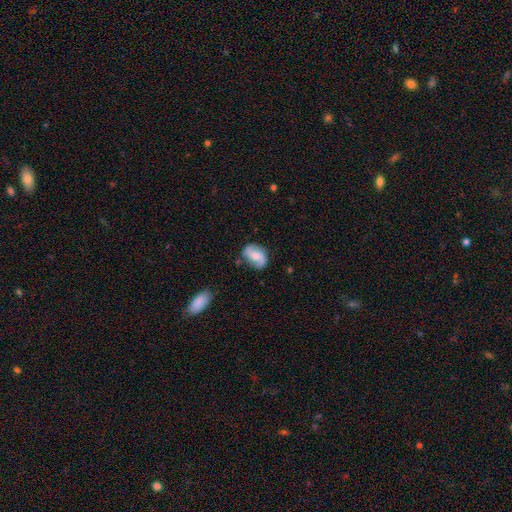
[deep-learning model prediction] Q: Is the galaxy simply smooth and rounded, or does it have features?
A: featured or disk — 67%.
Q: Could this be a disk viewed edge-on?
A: no — 97%.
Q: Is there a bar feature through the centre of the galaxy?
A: no — 45%.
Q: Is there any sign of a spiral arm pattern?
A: yes — 93%.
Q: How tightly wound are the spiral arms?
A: loose — 46%.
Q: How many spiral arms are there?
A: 2 — 88%.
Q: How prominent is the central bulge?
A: moderate — 44%.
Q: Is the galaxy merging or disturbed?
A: none — 69%.